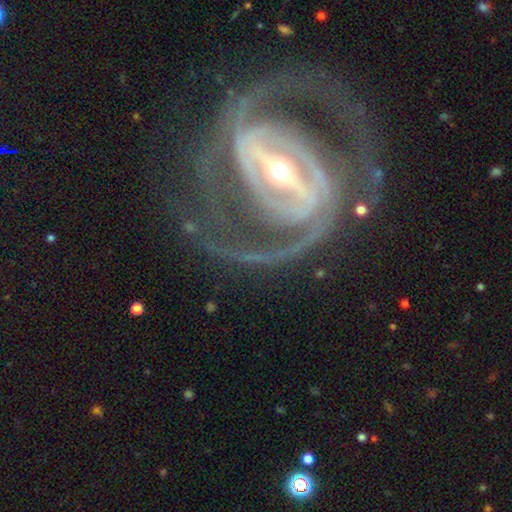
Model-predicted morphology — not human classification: Q: Smooth or featured?
A: featured or disk (92%); runner-up: star or artifact (5%)
Q: Edge-on disk?
A: no (96%); runner-up: yes (4%)
Q: Bar?
A: strong (77%); runner-up: weak (17%)
Q: Spiral arms?
A: yes (97%); runner-up: no (3%)
Q: Spiral winding?
A: medium (48%); runner-up: tight (40%)
Q: Spiral arm count?
A: 2 (81%); runner-up: 3 (6%)
Q: Bulge size?
A: small (52%); runner-up: moderate (42%)
Q: Merging?
A: none (72%); runner-up: major disturbance (14%)